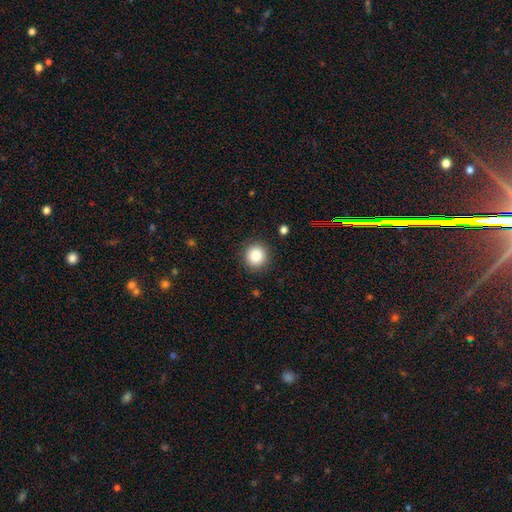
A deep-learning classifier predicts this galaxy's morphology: smooth 84%, star or artifact 10%, featured or disk 6%. Down the decision tree: how rounded — round (91%); merging — none (91%).